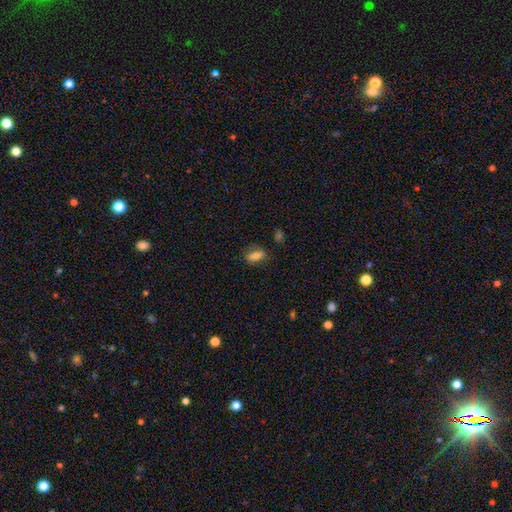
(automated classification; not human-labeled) smooth 76%, featured or disk 14%, star or artifact 10%. Down the decision tree: how rounded — in between (78%); merging — none (74%).